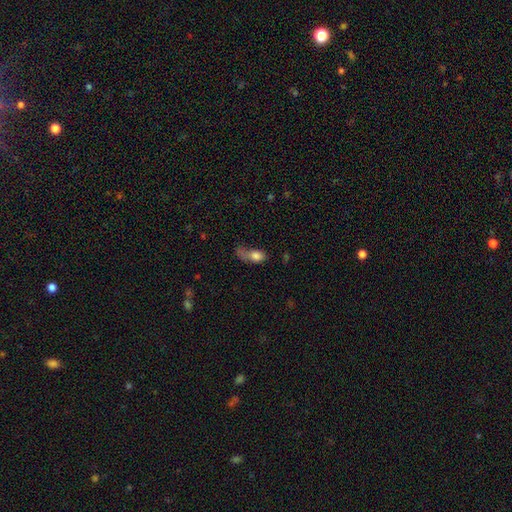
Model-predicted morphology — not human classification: smooth 74%, featured or disk 16%, star or artifact 10%. Down the decision tree: how rounded — in between (73%); merging — major disturbance (47%).